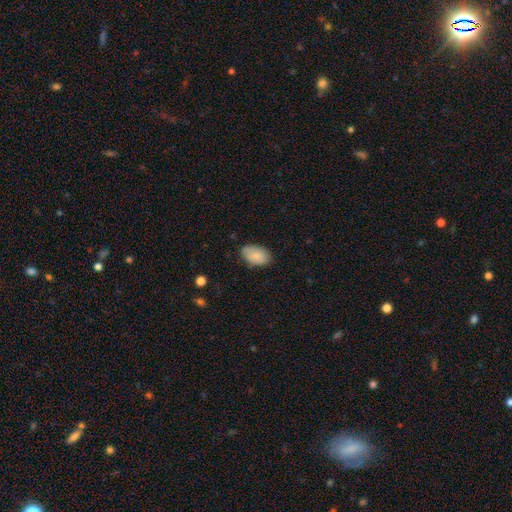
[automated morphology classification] A smooth galaxy with no disk features (83%) that is in between round and cigar-shaped (92%). Merging: none (76%).